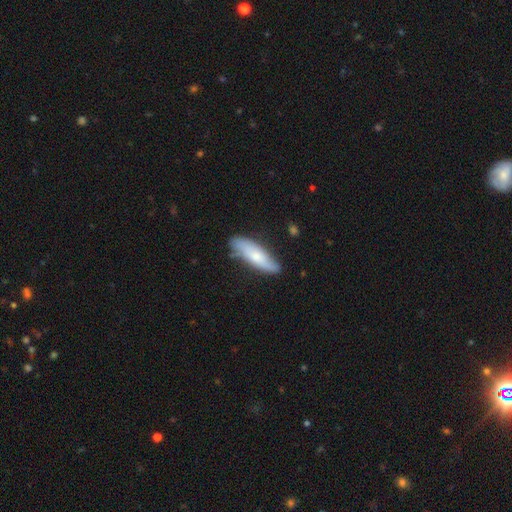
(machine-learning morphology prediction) A smooth galaxy with no disk features (60%) that is cigar-shaped (57%).

Vote fractions:
- Smooth or featured? smooth: 60% / featured or disk: 35% / star or artifact: 6%
- How rounded? cigar-shaped: 57% / in between: 42% / round: 2%
- Merging? none: 75% / minor disturbance: 19% / major disturbance: 3% / merger: 2%